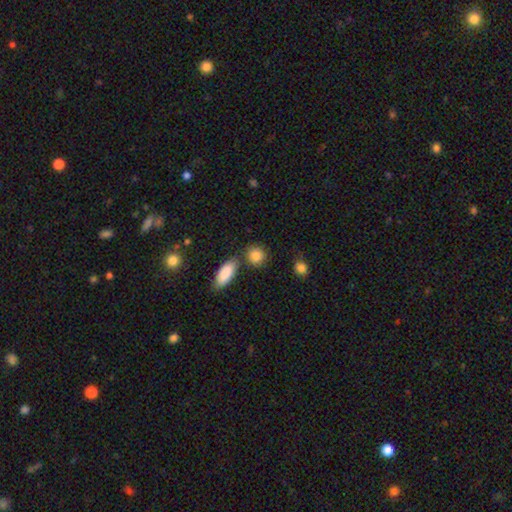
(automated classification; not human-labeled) This appears to be a smooth galaxy with no disk features (87%) that is round (75%). Merging: none (71%).